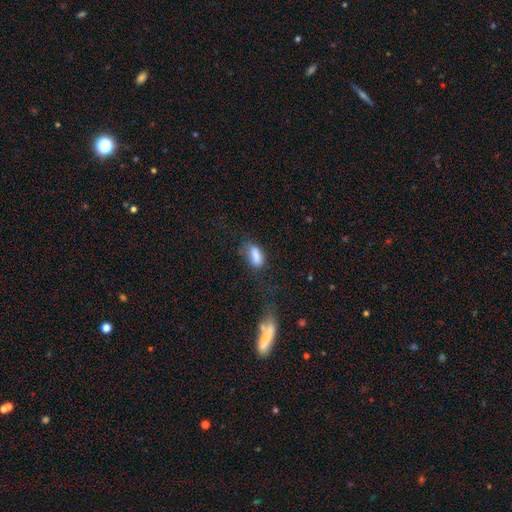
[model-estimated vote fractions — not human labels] A smooth galaxy with no disk features (81%) that is in between round and cigar-shaped (82%). Merging: none (49%).